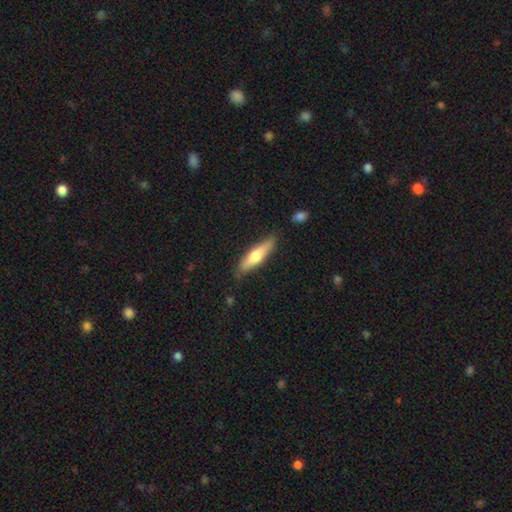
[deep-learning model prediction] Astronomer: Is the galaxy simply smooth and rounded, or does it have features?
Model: smooth — 57% (runner-up: featured or disk, 38%).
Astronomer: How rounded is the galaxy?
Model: cigar-shaped — 76%.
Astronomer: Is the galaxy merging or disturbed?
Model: none — 83%.